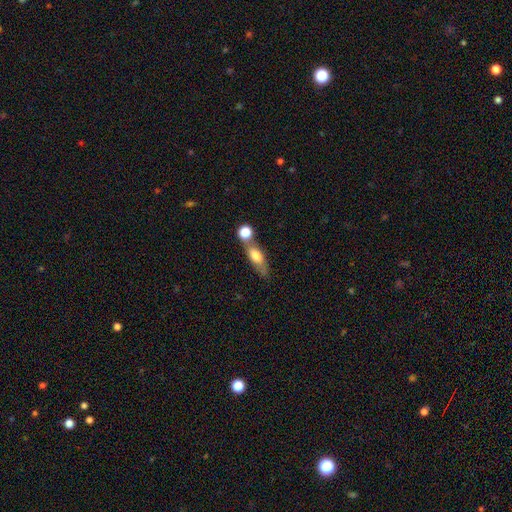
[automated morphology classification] type=smooth (66%); roundness=in between (59%); merging=none (43%).